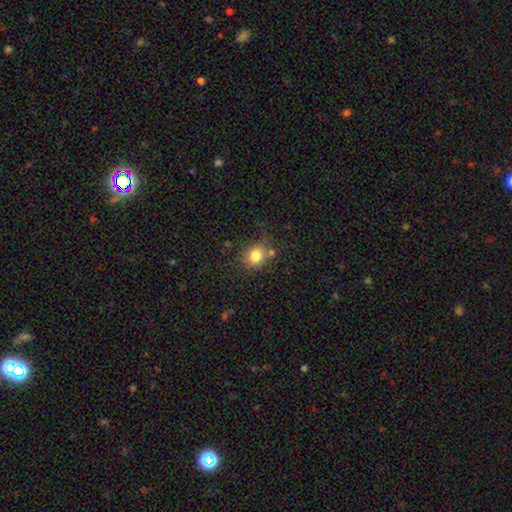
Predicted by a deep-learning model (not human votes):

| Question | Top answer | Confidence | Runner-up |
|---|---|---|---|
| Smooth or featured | smooth | 81% | star or artifact (12%) |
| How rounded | round | 68% | in between (31%) |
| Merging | none | 69% | minor disturbance (16%) |